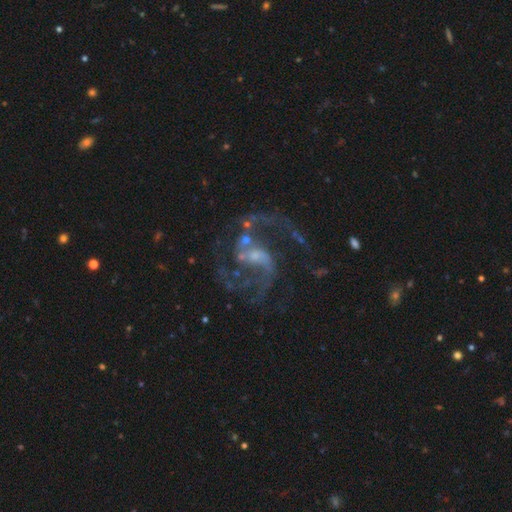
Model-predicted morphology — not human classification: Smooth or featured? Predicted: featured or disk (p=0.90). Edge-on disk? Predicted: no (p=0.98). Bar? Predicted: weak (p=0.49). Spiral arms? Predicted: yes (p=0.97). Spiral winding? Predicted: medium (p=0.52). Spiral arm count? Predicted: 2 (p=0.82). Bulge size? Predicted: small (p=0.59). Merging? Predicted: none (p=0.60).